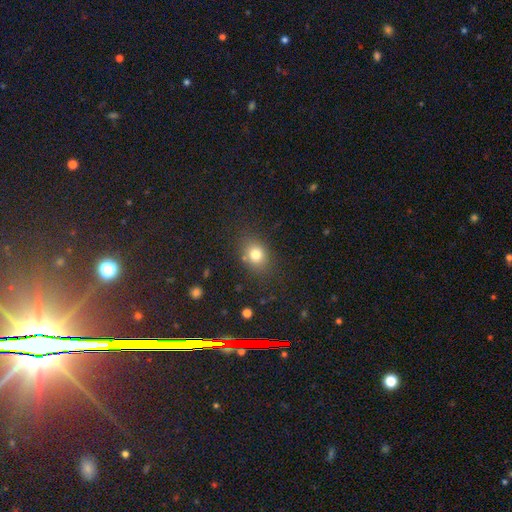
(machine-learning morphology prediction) This is likely a star or artifact rather than a galaxy (61%).